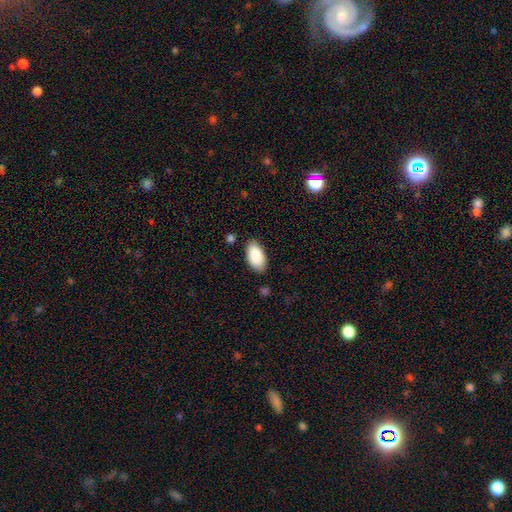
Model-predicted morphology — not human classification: smooth_or_featured: smooth (p=0.89) [alt: star or artifact p=0.06]
how_rounded: in between (p=0.95) [alt: round p=0.02]
merging: none (p=0.84) [alt: minor disturbance p=0.12]